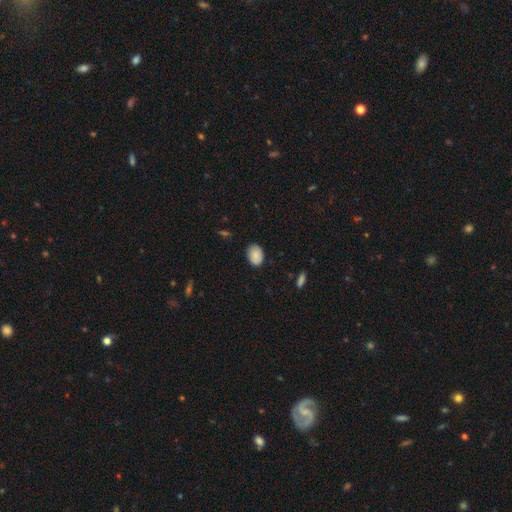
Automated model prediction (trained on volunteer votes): A smooth galaxy with no disk features (86%) that is in between round and cigar-shaped (77%). Merging: none (84%).